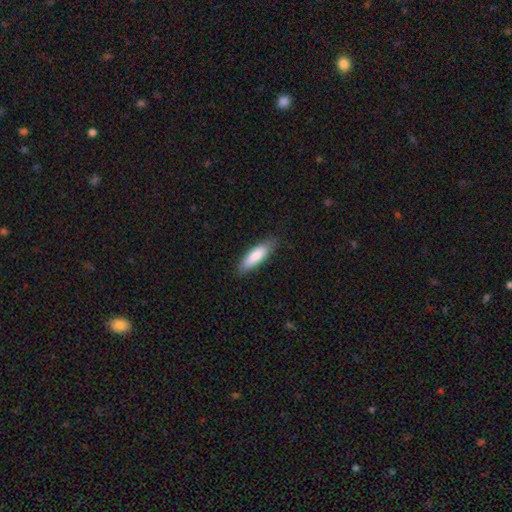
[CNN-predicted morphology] smooth_or_featured: smooth (p=0.82) [alt: featured or disk p=0.13]
how_rounded: cigar-shaped (p=0.53) [alt: in between p=0.45]
merging: none (p=0.83) [alt: minor disturbance p=0.13]